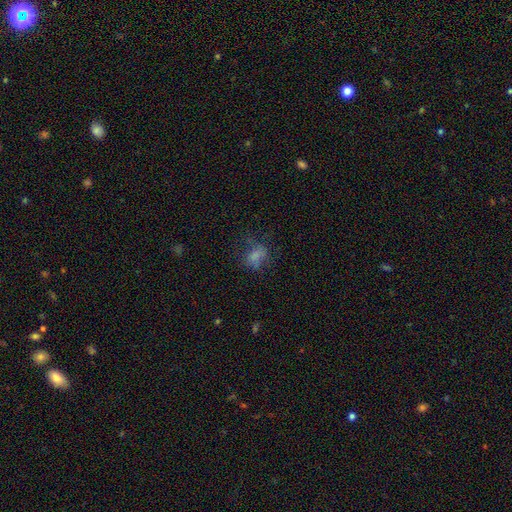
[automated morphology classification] Overall: smooth (64%). How rounded: in between (68%; round 30%). Merging: none (48%; major disturbance 25%).